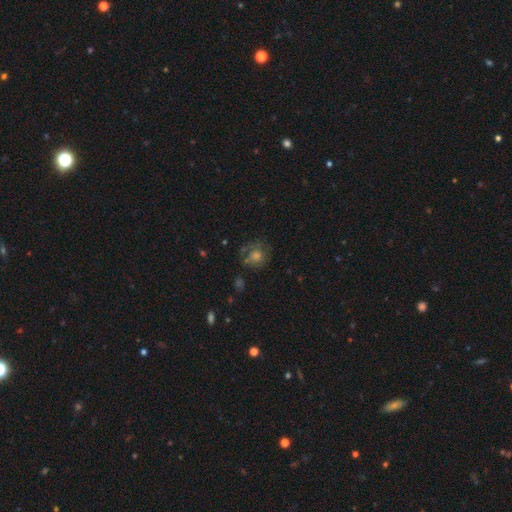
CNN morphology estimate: smooth_or_featured: smooth (p=0.42) [alt: featured or disk p=0.36]
merging: none (p=0.61) [alt: minor disturbance p=0.19]